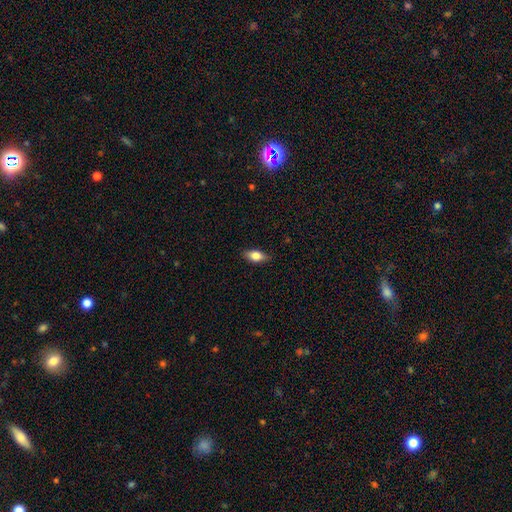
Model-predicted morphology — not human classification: smooth 77%, featured or disk 16%, star or artifact 7%. Down the decision tree: how rounded — in between (85%); merging — none (85%).